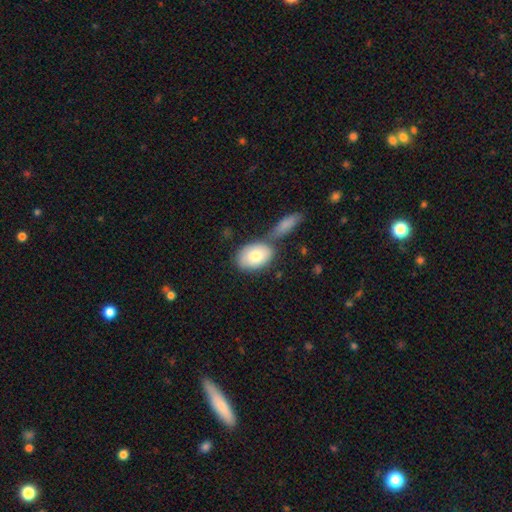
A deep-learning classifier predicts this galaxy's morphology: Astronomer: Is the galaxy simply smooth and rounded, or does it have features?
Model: smooth — 78%.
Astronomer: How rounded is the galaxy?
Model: in between — 88%.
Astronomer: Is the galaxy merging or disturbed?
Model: none — 49% (runner-up: merger, 32%).